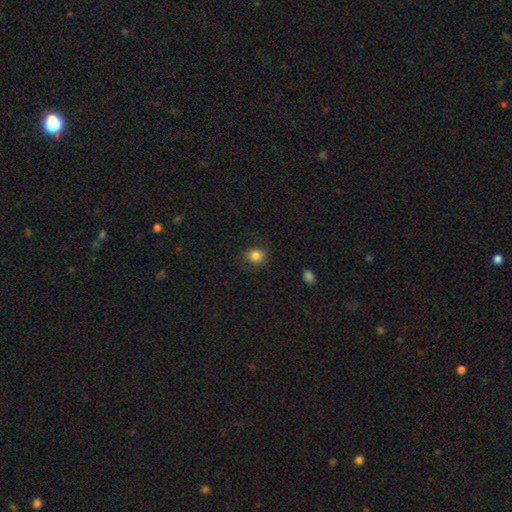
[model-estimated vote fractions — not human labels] smooth_or_featured: smooth (p=0.84) [alt: star or artifact p=0.11]
how_rounded: round (p=0.71) [alt: in between p=0.28]
merging: none (p=0.82) [alt: minor disturbance p=0.13]